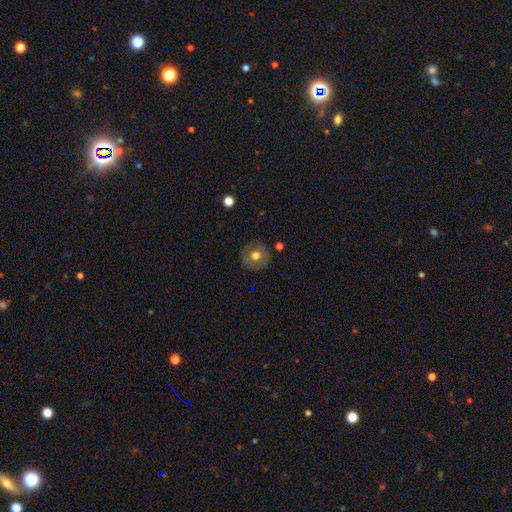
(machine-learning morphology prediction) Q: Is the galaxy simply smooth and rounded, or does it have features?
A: smooth — 62%.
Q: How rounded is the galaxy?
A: round — 92%.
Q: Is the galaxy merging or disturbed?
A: none — 86%.